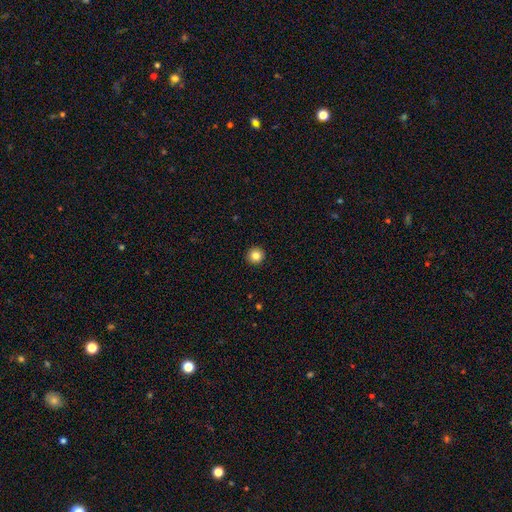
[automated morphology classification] smooth 84%, star or artifact 10%, featured or disk 6%. Down the decision tree: how rounded — round (95%); merging — none (94%).